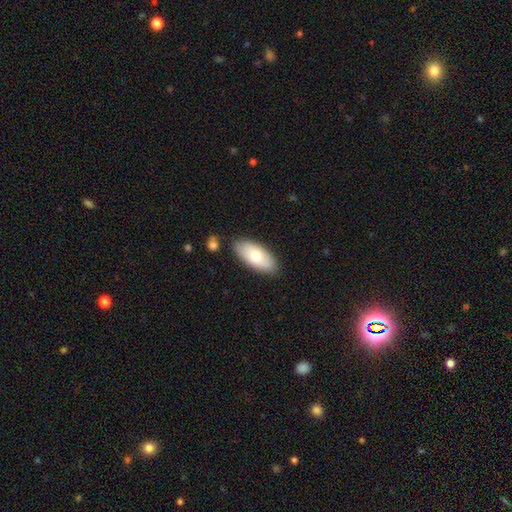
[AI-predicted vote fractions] Overall: smooth (73%). How rounded: in between (88%). Merging: none (83%).